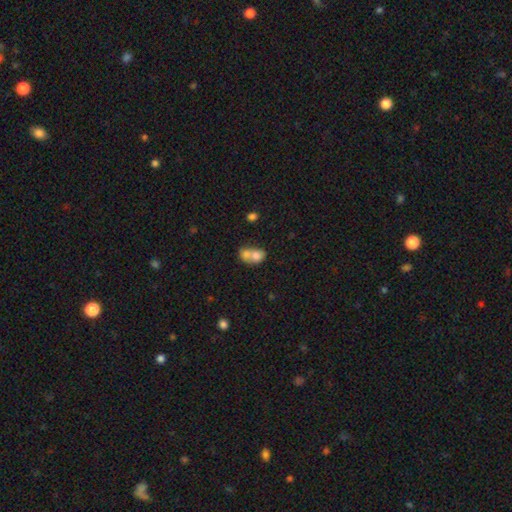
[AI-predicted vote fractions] Smooth or featured?
  - smooth: 71% *
  - featured or disk: 20%
  - star or artifact: 9%
How rounded?
  - in between: 60% *
  - round: 38%
  - cigar-shaped: 1%
Merging?
  - merger: 73% *
  - none: 16%
  - minor disturbance: 7%
  - major disturbance: 4%